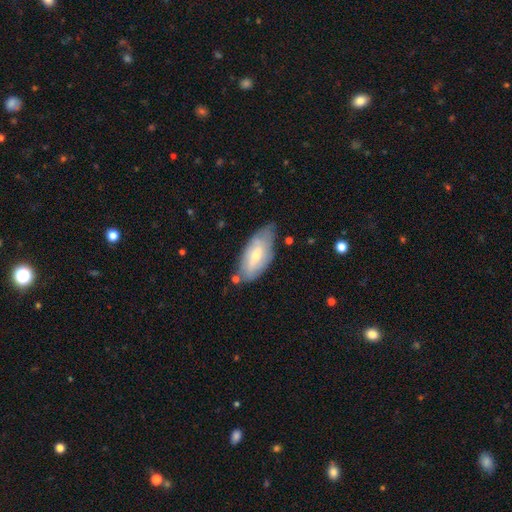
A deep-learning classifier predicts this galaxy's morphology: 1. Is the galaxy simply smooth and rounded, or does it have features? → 49% smooth, 45% featured or disk, 6% star or artifact.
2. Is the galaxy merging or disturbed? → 62% none, 27% minor disturbance, 7% major disturbance, 5% merger.